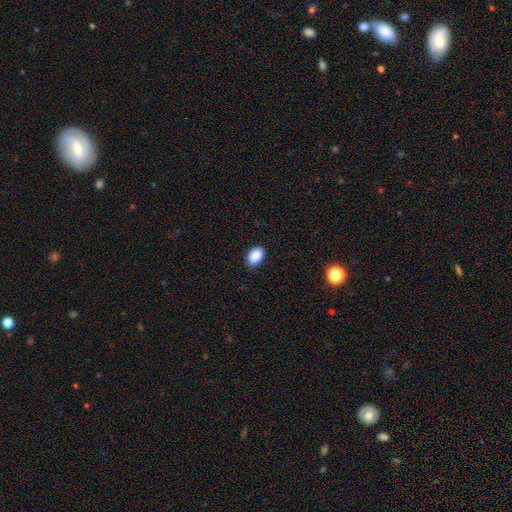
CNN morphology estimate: type=smooth (88%); roundness=in between (78%); merging=none (89%).